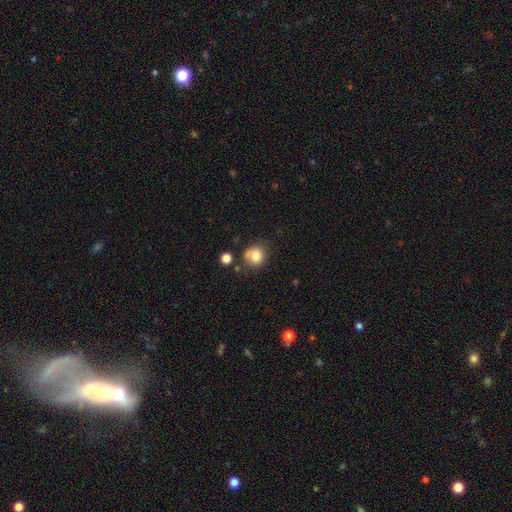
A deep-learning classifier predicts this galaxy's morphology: Smooth or featured? smooth (80%)
How rounded? round (73%)
Merging? none (57%)